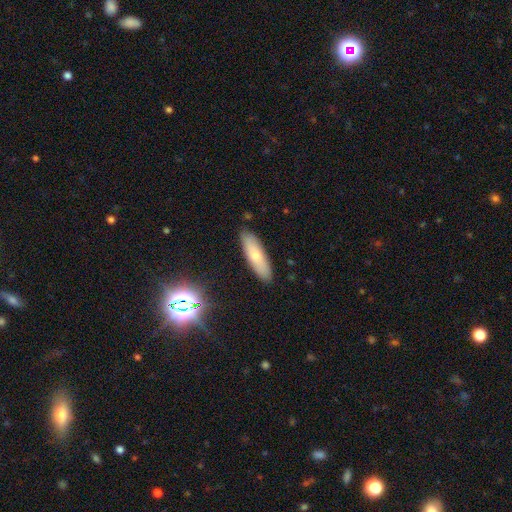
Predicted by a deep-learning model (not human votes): Smooth or featured: smooth — 67% (featured or disk — 25%)
How rounded: cigar-shaped — 57% (in between — 41%)
Merging: none — 88% (minor disturbance — 9%)